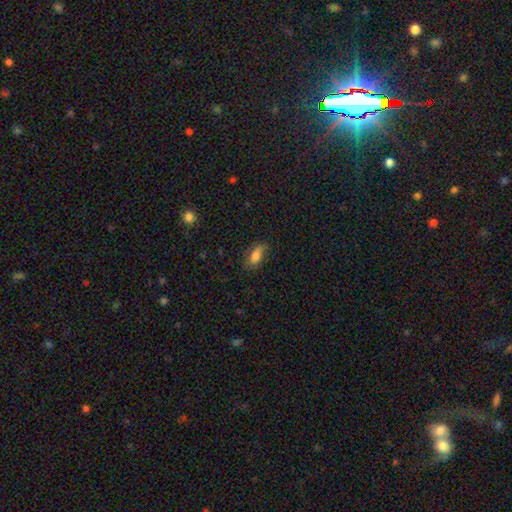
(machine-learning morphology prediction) The model was most divided on "merging": none: 70%, minor disturbance: 23%, major disturbance: 6%, merger: 1%. More confident: how rounded — in between (85%); smooth or featured — smooth (80%).